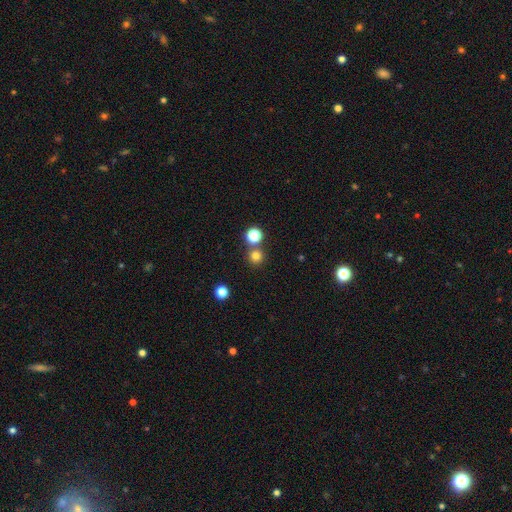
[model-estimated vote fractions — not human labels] A smooth galaxy with no disk features (77%) that is round (94%).

Vote fractions:
- Smooth or featured? smooth: 77% / star or artifact: 17% / featured or disk: 6%
- How rounded? round: 94% / in between: 5% / cigar-shaped: 1%
- Merging? none: 76% / merger: 16% / minor disturbance: 6% / major disturbance: 2%